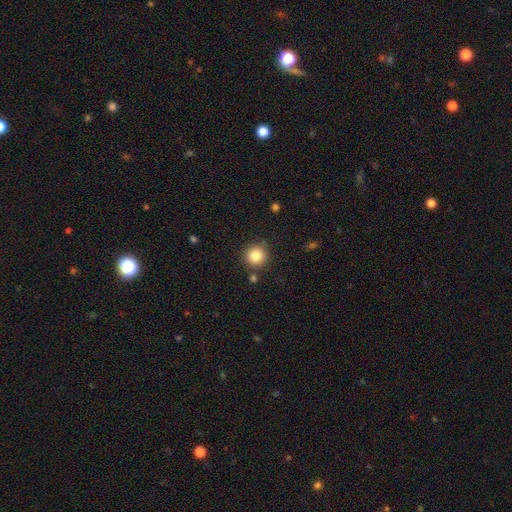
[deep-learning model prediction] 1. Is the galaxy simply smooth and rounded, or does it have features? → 84% smooth, 10% star or artifact, 6% featured or disk.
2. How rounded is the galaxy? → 94% round, 5% in between, 1% cigar-shaped.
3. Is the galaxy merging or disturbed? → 85% none, 8% minor disturbance, 4% merger, 3% major disturbance.